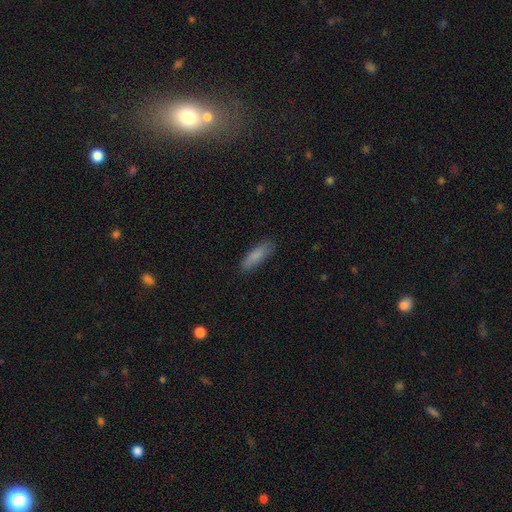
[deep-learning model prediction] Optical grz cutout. It shows a smooth galaxy with no disk features (84%) that is cigar-shaped (56%). Merging: none (83%).